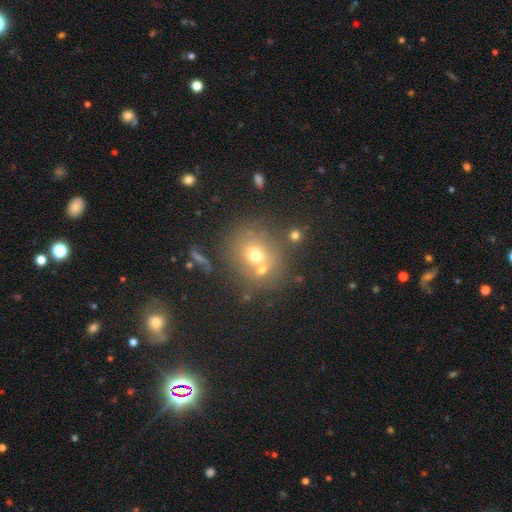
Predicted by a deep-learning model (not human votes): This is likely a smooth galaxy (63%). How rounded: likely round (79%). Merging: likely none (60%).